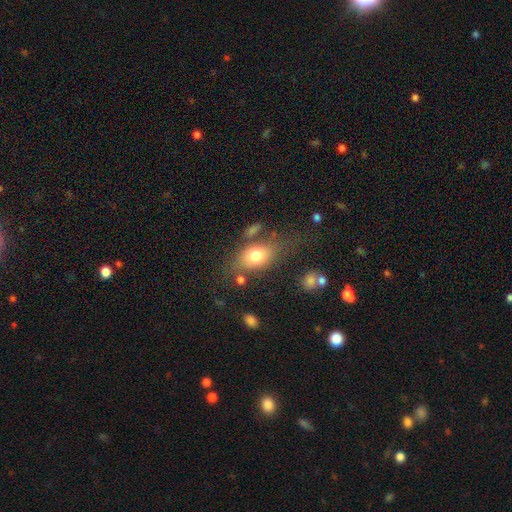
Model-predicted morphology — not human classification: Q: Smooth or featured?
A: smooth (75%); runner-up: featured or disk (16%)
Q: How rounded?
A: in between (80%); runner-up: round (17%)
Q: Merging?
A: none (60%); runner-up: minor disturbance (19%)